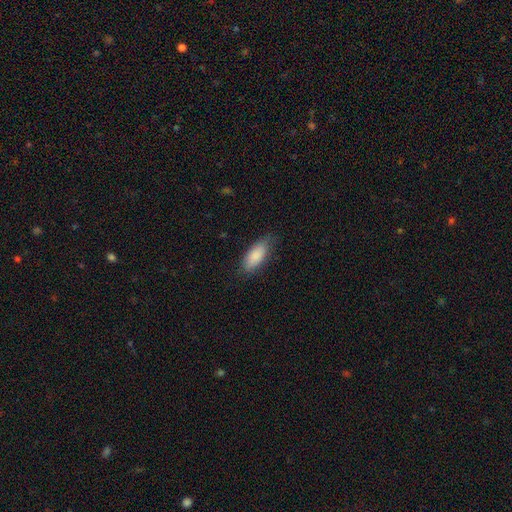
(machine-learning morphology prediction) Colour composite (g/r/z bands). It shows a smooth galaxy with no disk features (86%) that is in between round and cigar-shaped (81%). Merging: none (74%).